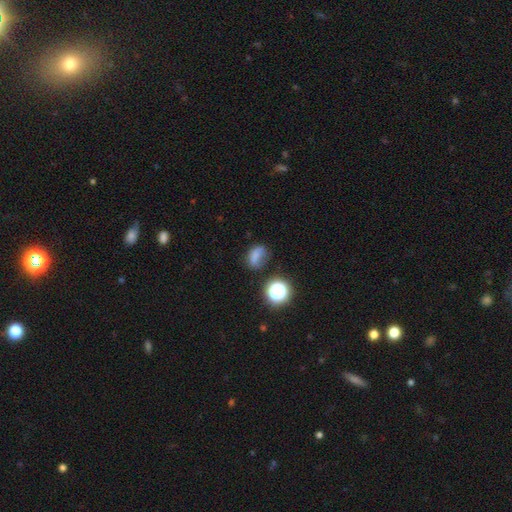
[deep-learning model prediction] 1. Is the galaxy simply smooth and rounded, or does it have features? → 70% smooth, 19% star or artifact, 12% featured or disk.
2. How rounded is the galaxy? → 65% in between, 32% round, 3% cigar-shaped.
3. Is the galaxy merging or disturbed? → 54% none, 27% minor disturbance, 15% major disturbance, 5% merger.